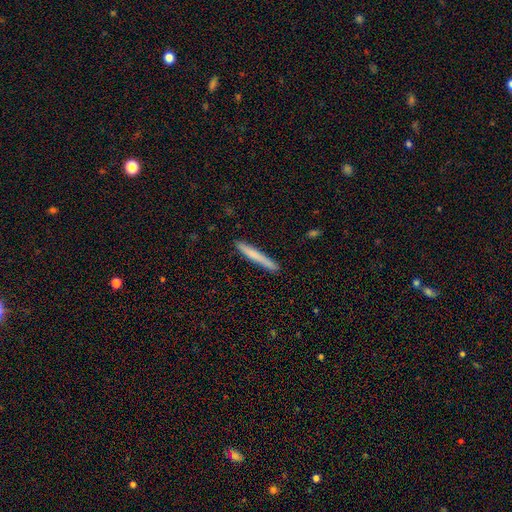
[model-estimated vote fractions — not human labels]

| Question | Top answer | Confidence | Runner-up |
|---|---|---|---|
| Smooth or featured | smooth | 69% | featured or disk (25%) |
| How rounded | cigar-shaped | 97% | in between (2%) |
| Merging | none | 89% | minor disturbance (8%) |